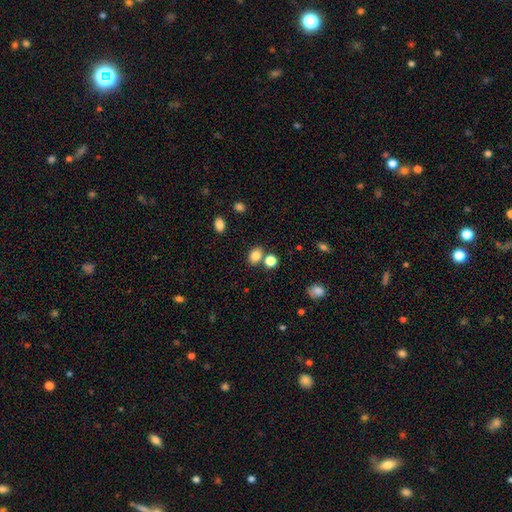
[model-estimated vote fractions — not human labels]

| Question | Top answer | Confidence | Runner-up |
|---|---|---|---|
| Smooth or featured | smooth | 81% | star or artifact (12%) |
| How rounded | in between | 58% | round (41%) |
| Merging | none | 67% | merger (19%) |